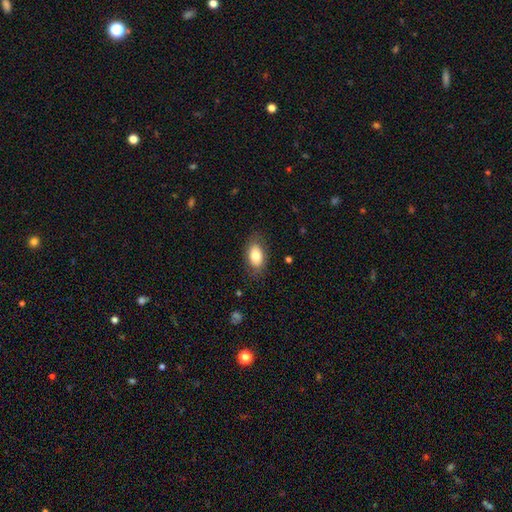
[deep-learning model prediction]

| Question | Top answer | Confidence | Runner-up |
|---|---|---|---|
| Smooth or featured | smooth | 79% | featured or disk (14%) |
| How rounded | in between | 90% | round (8%) |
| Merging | none | 80% | minor disturbance (14%) |